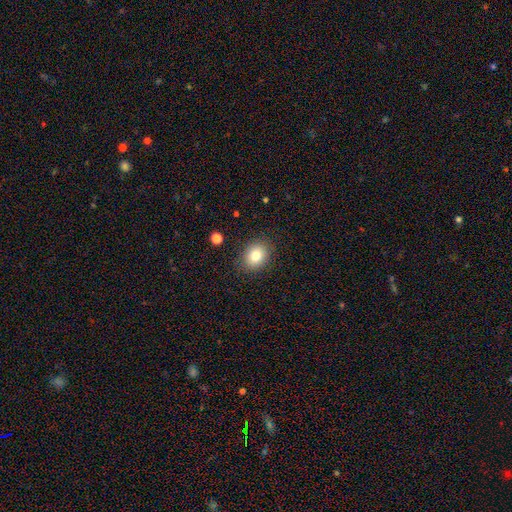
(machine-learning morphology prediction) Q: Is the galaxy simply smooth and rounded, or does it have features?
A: smooth — 81%.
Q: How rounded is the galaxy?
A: in between — 52%.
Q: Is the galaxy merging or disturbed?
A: none — 86%.